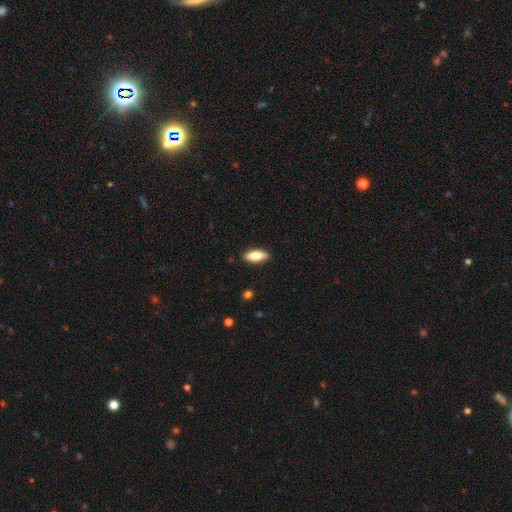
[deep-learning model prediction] Smooth or featured? Predicted: smooth (p=0.82). How rounded? Predicted: in between (p=0.76). Merging? Predicted: none (p=0.87).